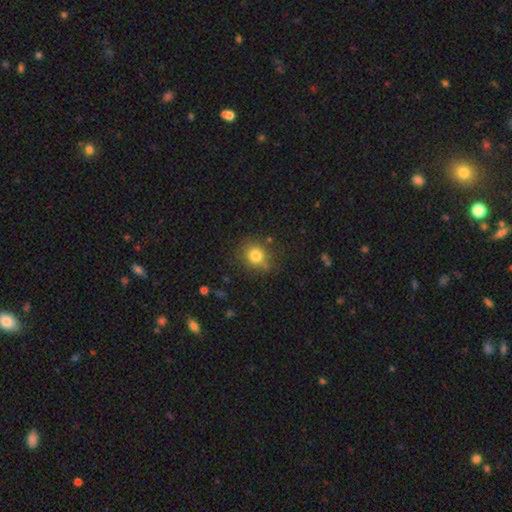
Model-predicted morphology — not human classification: smooth_or_featured: smooth (p=0.80) [alt: star or artifact p=0.13]
how_rounded: round (p=0.86) [alt: in between p=0.13]
merging: none (p=0.79) [alt: minor disturbance p=0.13]